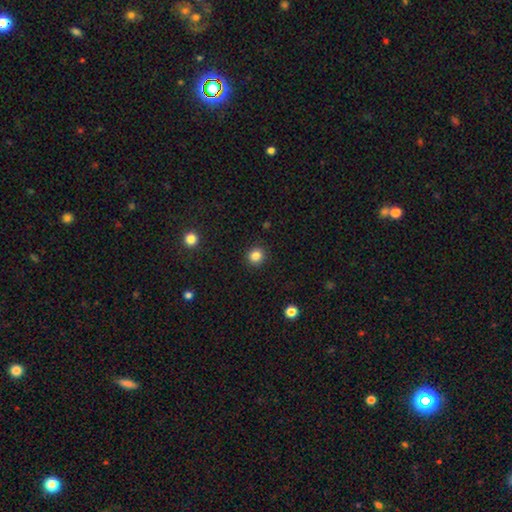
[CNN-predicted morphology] Smooth or featured?
  - smooth: 84% *
  - star or artifact: 12%
  - featured or disk: 4%
How rounded?
  - round: 90% *
  - in between: 9%
  - cigar-shaped: 1%
Merging?
  - none: 91% *
  - minor disturbance: 6%
  - major disturbance: 2%
  - merger: 1%